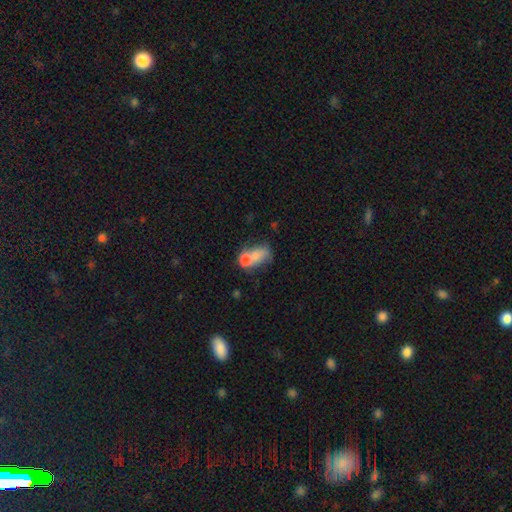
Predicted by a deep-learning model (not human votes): Smooth or featured: smooth — 69% (featured or disk — 22%)
How rounded: in between — 68% (round — 30%)
Merging: merger — 67% (none — 17%)